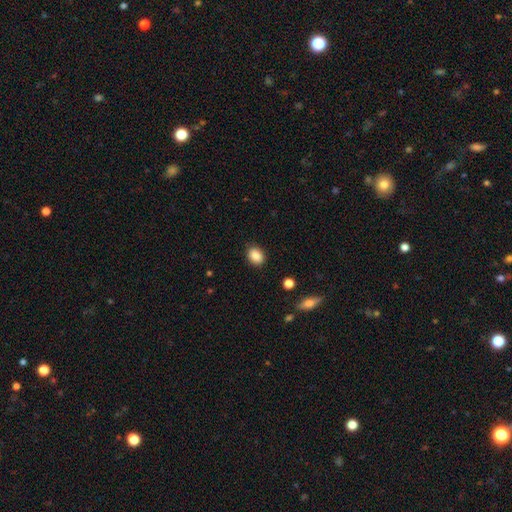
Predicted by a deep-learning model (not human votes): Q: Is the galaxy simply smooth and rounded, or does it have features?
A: smooth — 87%.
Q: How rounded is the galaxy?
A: in between — 67%.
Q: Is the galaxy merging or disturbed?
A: none — 88%.